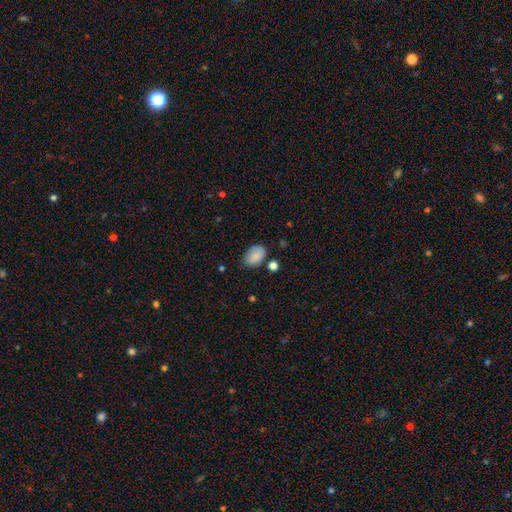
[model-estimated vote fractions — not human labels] Smooth or featured? Predicted: smooth (p=0.84). How rounded? Predicted: in between (p=0.87). Merging? Predicted: none (p=0.70).